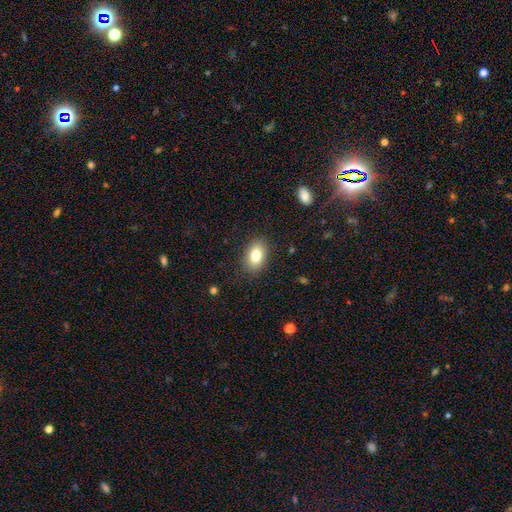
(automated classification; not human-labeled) Overall: smooth (81%). How rounded: in between (85%). Merging: none (87%).